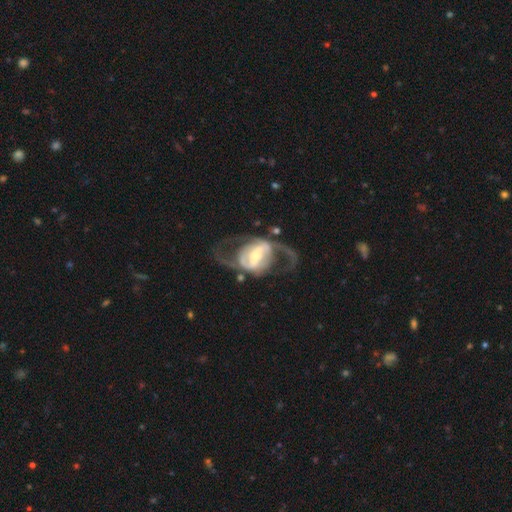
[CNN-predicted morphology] A featured or disk galaxy (81%) with a strong bar (57%), 2 (81%) medium (44%) spiral arms (70%) and a moderate central bulge (40%).

Vote fractions:
- Smooth or featured? featured or disk: 81% / smooth: 14% / star or artifact: 5%
- Edge-on disk? no: 94% / yes: 6%
- Bar? strong: 57% / weak: 28% / no: 14%
- Spiral arms? yes: 70% / no: 30%
- Spiral winding? medium: 44% / loose: 40% / tight: 16%
- Spiral arm count? 2: 81% / can't tell: 10% / 1: 5% / 3: 2% / 4: 1% / more than 4: 1%
- Bulge size? moderate: 40% / small: 34% / large: 18% / none: 4% / dominant: 3%
- Merging? none: 43% / major disturbance: 37% / minor disturbance: 15% / merger: 6%